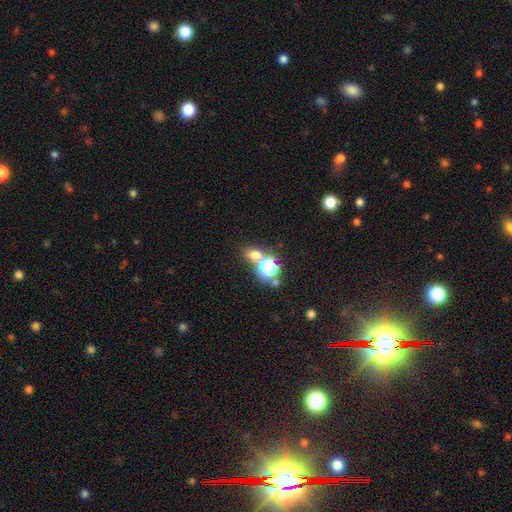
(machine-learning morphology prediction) Smooth or featured: smooth — 64% (star or artifact — 28%)
How rounded: round — 61% (in between — 37%)
Merging: none — 56% (merger — 31%)